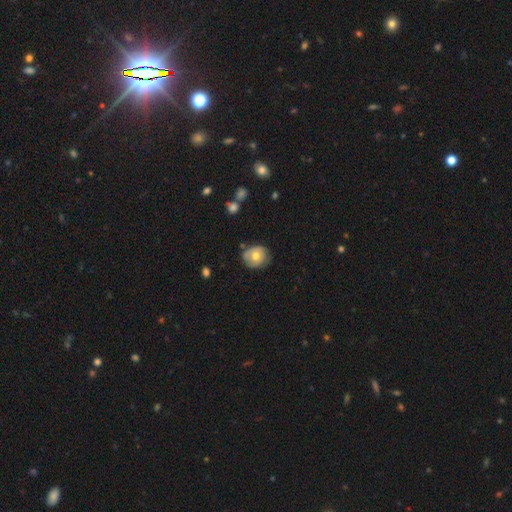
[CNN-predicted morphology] Q: Smooth or featured?
A: smooth (61%); runner-up: featured or disk (31%)
Q: How rounded?
A: round (73%); runner-up: in between (26%)
Q: Merging?
A: none (71%); runner-up: minor disturbance (22%)